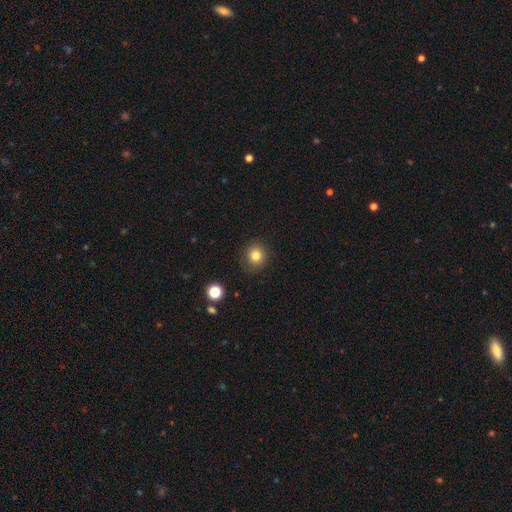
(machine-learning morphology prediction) The model was most divided on "smooth or featured": smooth: 80%, star or artifact: 12%, featured or disk: 7%. More confident: how rounded — round (90%); merging — none (88%).